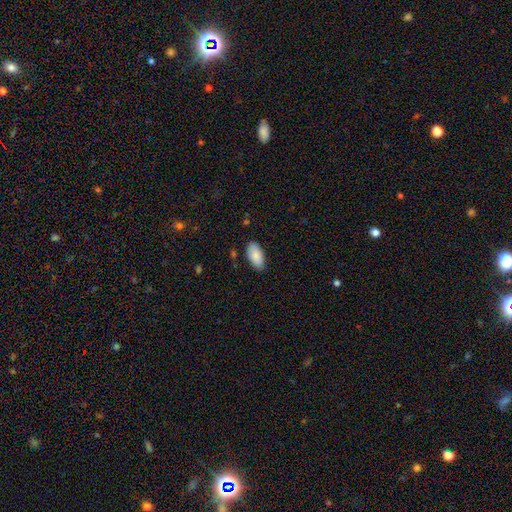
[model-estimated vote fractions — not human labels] This is clearly a smooth galaxy (89%). How rounded: clearly in between (95%). Merging: clearly none (84%).